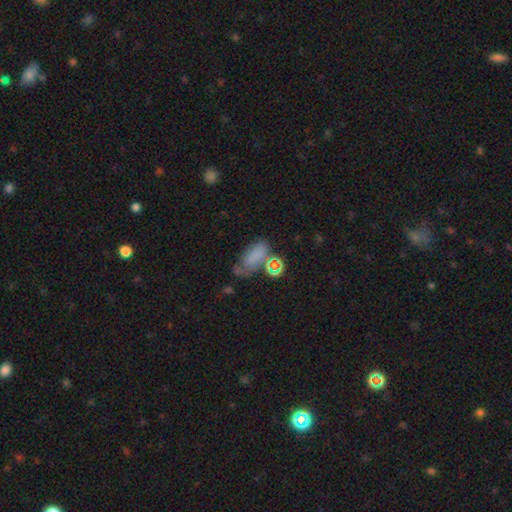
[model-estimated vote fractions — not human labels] Morphology: type=smooth (62%); roundness=in between (81%); merging=none (46%).